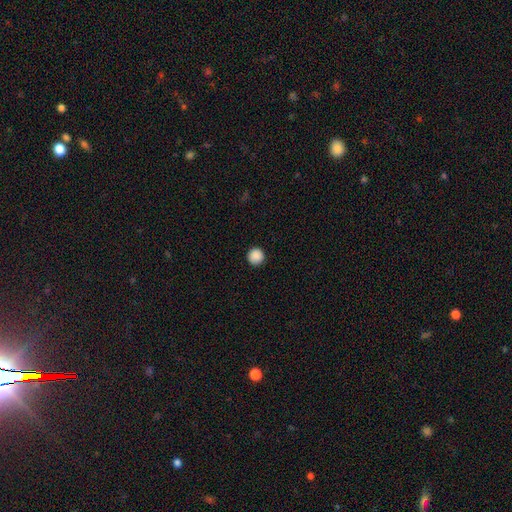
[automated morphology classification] type=smooth (89%); roundness=round (96%); merging=none (93%).